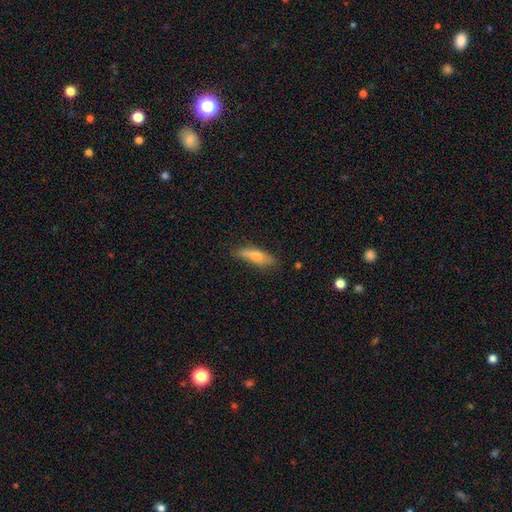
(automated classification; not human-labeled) Smooth or featured? Predicted: smooth (p=0.69). How rounded? Predicted: cigar-shaped (p=0.65). Merging? Predicted: none (p=0.76).